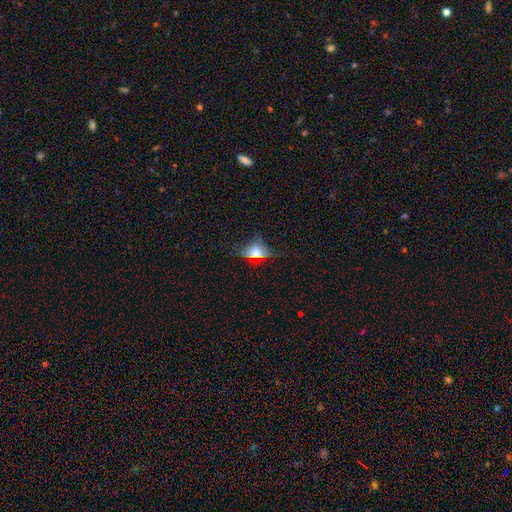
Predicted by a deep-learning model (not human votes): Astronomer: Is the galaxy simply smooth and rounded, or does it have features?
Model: smooth — 56%.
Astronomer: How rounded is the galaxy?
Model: in between — 54% (runner-up: round, 38%).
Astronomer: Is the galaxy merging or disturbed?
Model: none — 66%.